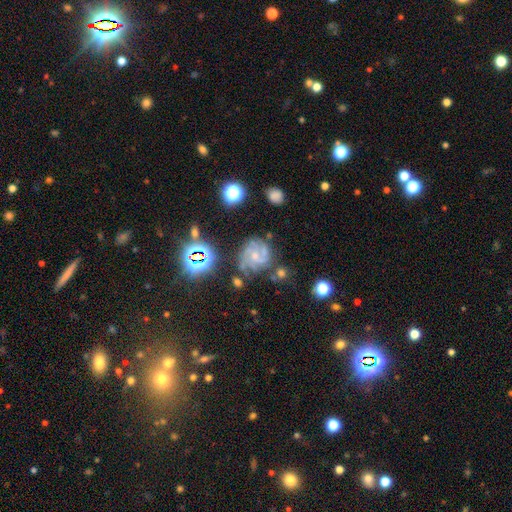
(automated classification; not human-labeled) Smooth or featured: featured or disk — 76% (star or artifact — 13%)
Edge-on disk: no — 98% (yes — 2%)
Bar: no — 65% (weak — 29%)
Spiral arms: yes — 94% (no — 6%)
Spiral winding: tight — 49% (medium — 42%)
Spiral arm count: 3 — 35% (can't tell — 23%)
Bulge size: small — 57% (moderate — 33%)
Merging: none — 61% (minor disturbance — 21%)